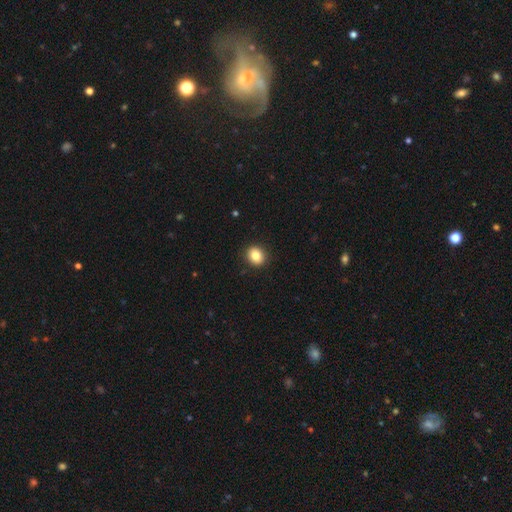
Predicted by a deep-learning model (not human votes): Smooth or featured? Predicted: smooth (p=0.84). How rounded? Predicted: round (p=0.71). Merging? Predicted: none (p=0.91).